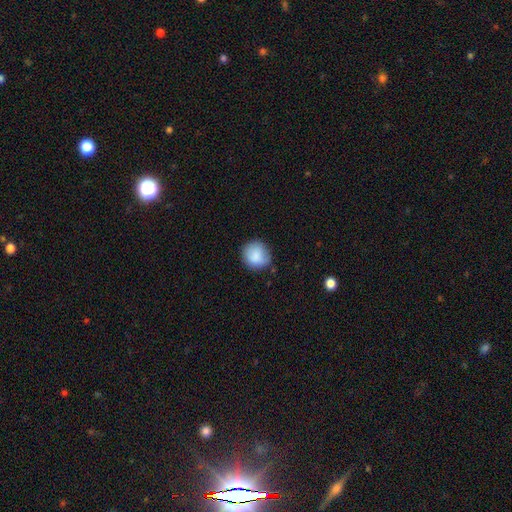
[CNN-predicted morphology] smooth_or_featured: smooth (p=0.86) [alt: star or artifact p=0.08]
how_rounded: round (p=0.87) [alt: in between p=0.12]
merging: none (p=0.78) [alt: minor disturbance p=0.17]